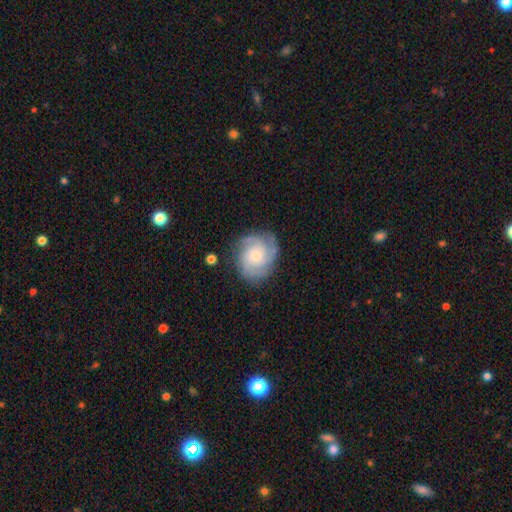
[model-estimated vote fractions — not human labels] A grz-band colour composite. It shows a featured or disk galaxy (76%) with no bar (76%), 3 (41%) tight (57%) spiral arms (96%) and a small central bulge (55%). Merging: none (78%).